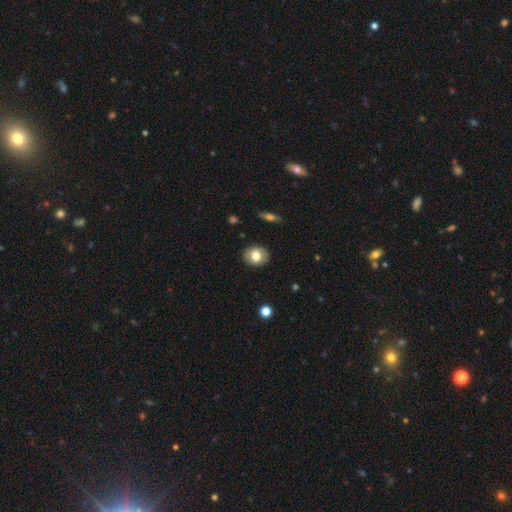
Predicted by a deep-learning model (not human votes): The model was most divided on "how rounded": round: 58%, in between: 41%, cigar-shaped: 1%. More confident: merging — none (89%); smooth or featured — smooth (76%).